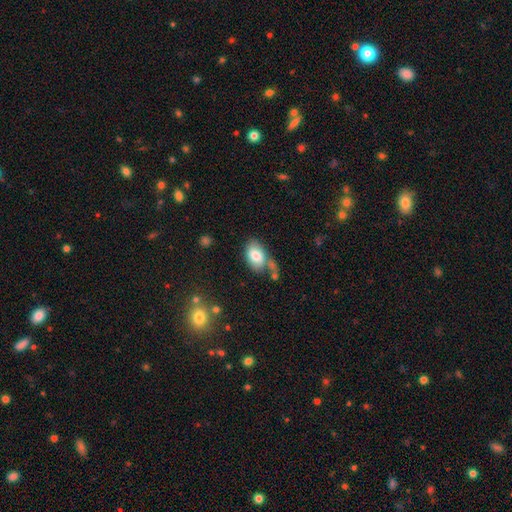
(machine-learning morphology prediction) This appears to be a smooth galaxy with no disk features (79%) that is in between round and cigar-shaped (92%). Merging: none (52%).